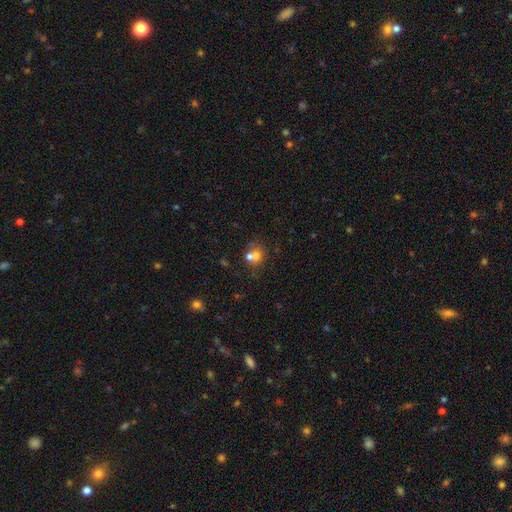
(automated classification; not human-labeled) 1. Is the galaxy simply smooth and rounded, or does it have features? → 65% smooth, 20% featured or disk, 14% star or artifact.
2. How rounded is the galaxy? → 69% round, 30% in between, 1% cigar-shaped.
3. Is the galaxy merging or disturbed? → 53% merger, 33% none, 9% minor disturbance, 5% major disturbance.